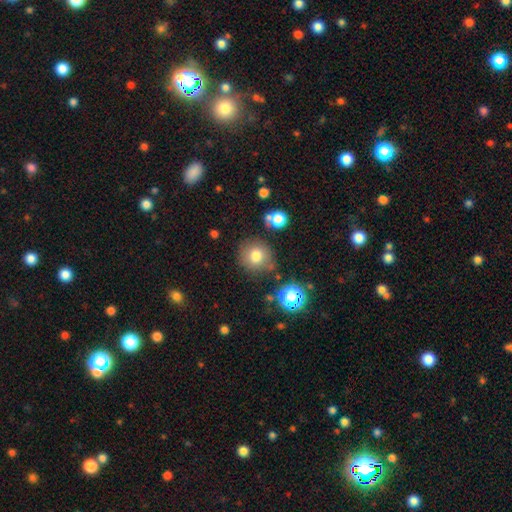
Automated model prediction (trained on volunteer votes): Smooth or featured: smooth — 77% (star or artifact — 13%)
How rounded: round — 89% (in between — 10%)
Merging: none — 77% (minor disturbance — 14%)